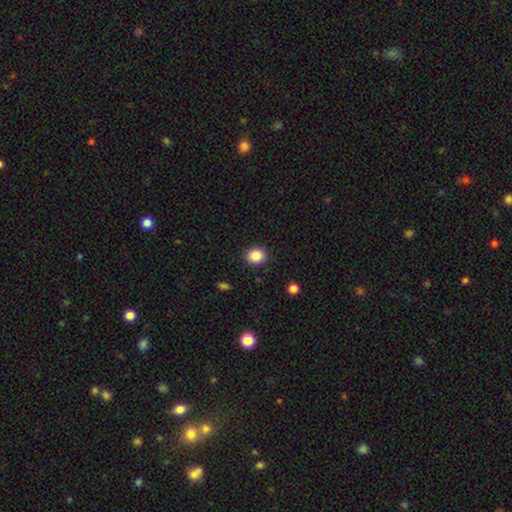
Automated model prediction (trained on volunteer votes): A smooth galaxy with no disk features (86%) that is round (70%).

Vote fractions:
- Smooth or featured? smooth: 86% / star or artifact: 9% / featured or disk: 4%
- How rounded? round: 70% / in between: 29% / cigar-shaped: 1%
- Merging? none: 89% / minor disturbance: 7% / major disturbance: 2% / merger: 1%